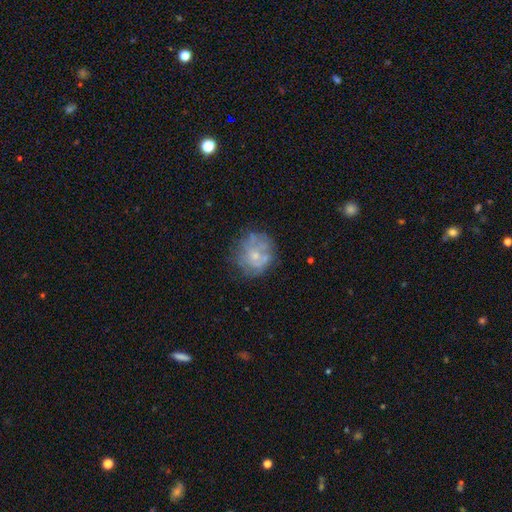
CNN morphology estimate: smooth_or_featured: featured or disk (p=0.54) [alt: smooth p=0.36]
disk_edge_on: no (p=0.98) [alt: yes p=0.02]
bar: no (p=0.88) [alt: weak p=0.10]
has_spiral_arms: no (p=0.72) [alt: yes p=0.28]
bulge_size: small (p=0.55) [alt: moderate p=0.34]
merging: none (p=0.60) [alt: minor disturbance p=0.21]